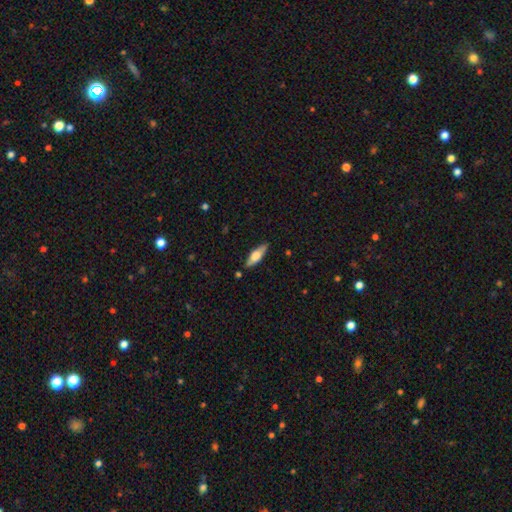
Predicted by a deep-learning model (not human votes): smooth_or_featured: smooth (p=0.55) [alt: featured or disk p=0.39]
how_rounded: in between (p=0.56) [alt: cigar-shaped p=0.42]
merging: none (p=0.84) [alt: minor disturbance p=0.12]